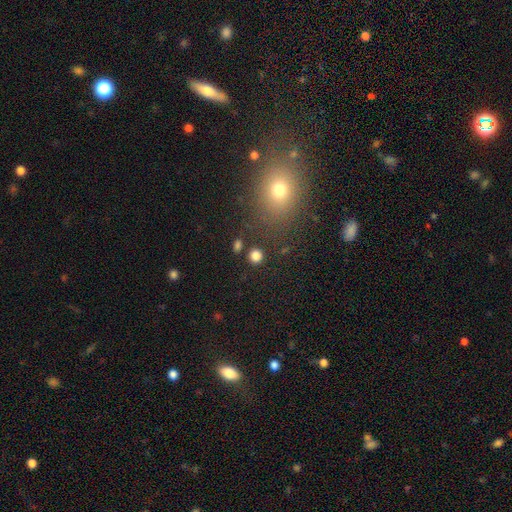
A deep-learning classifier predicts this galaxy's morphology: Smooth or featured? Predicted: smooth (p=0.81). How rounded? Predicted: round (p=0.87). Merging? Predicted: none (p=0.86).